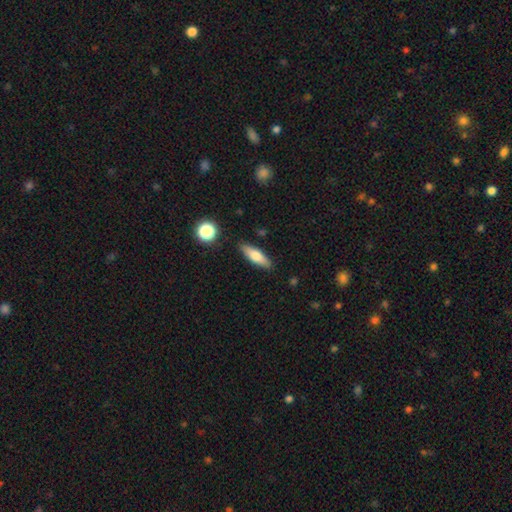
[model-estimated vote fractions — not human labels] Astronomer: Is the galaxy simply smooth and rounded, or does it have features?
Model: smooth — 69%.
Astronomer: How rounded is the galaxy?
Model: cigar-shaped — 49% (runner-up: in between, 48%).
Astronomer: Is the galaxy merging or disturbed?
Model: none — 86%.